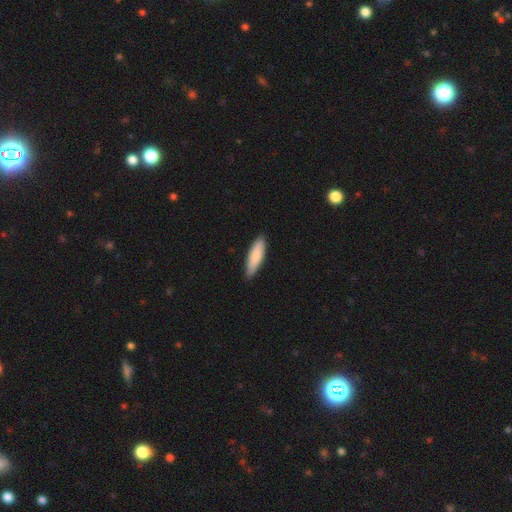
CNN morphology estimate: smooth-or-featured: smooth: 83% | featured or disk: 12% | star or artifact: 5%
  how-rounded: cigar-shaped: 59% | in between: 40% | round: 1%
  merging: none: 87% | minor disturbance: 11% | major disturbance: 2% | merger: 1%